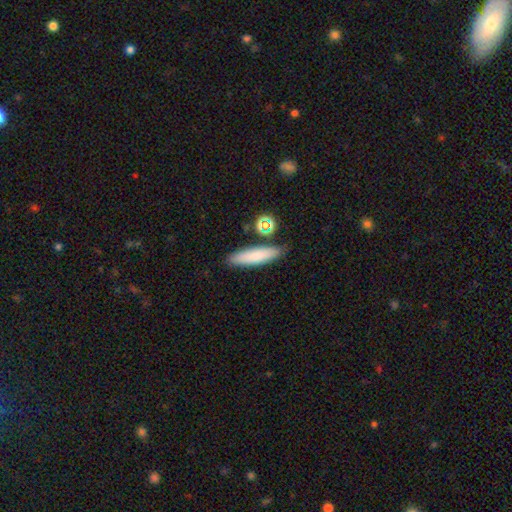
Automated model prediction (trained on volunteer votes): Overall: smooth (80%). How rounded: cigar-shaped (73%). Merging: none (80%).